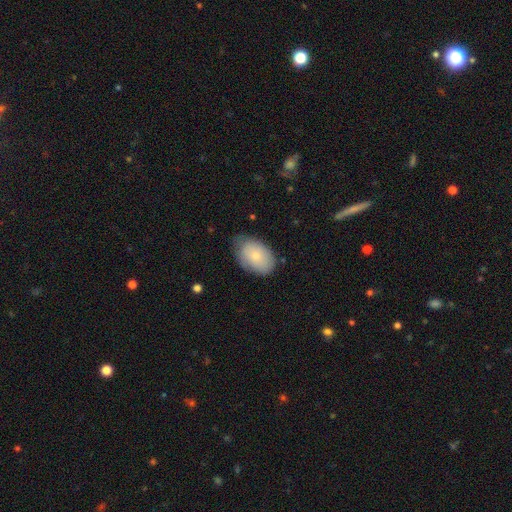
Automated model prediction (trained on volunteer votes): A smooth galaxy with no disk features (75%) that is in between round and cigar-shaped (86%).

Vote fractions:
- Smooth or featured? smooth: 75% / featured or disk: 18% / star or artifact: 7%
- How rounded? in between: 86% / round: 13% / cigar-shaped: 1%
- Merging? none: 66% / minor disturbance: 27% / major disturbance: 6% / merger: 1%